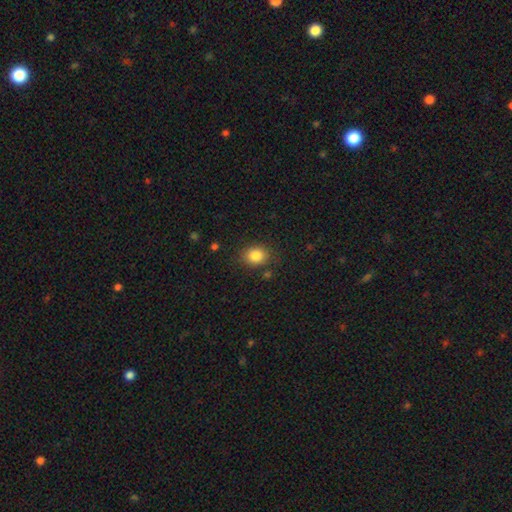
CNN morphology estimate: Smooth or featured: smooth — 84% (star or artifact — 10%)
How rounded: round — 59% (in between — 40%)
Merging: none — 82% (minor disturbance — 12%)